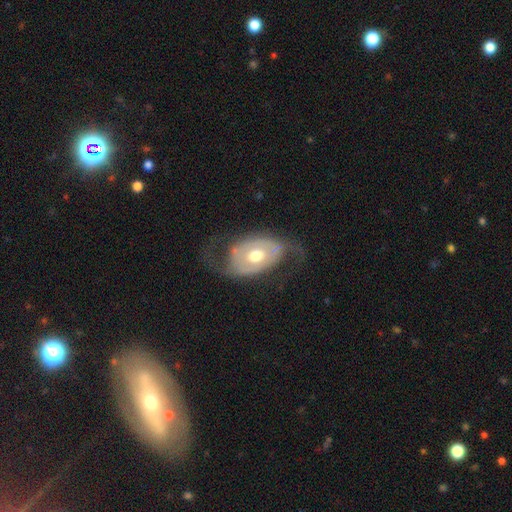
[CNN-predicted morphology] Smooth or featured? Predicted: featured or disk (p=0.77). Edge-on disk? Predicted: no (p=0.94). Bar? Predicted: no (p=0.65). Spiral arms? Predicted: yes (p=0.76). Spiral winding? Predicted: loose (p=0.47). Spiral arm count? Predicted: 2 (p=0.83). Bulge size? Predicted: moderate (p=0.74). Merging? Predicted: none (p=0.57).